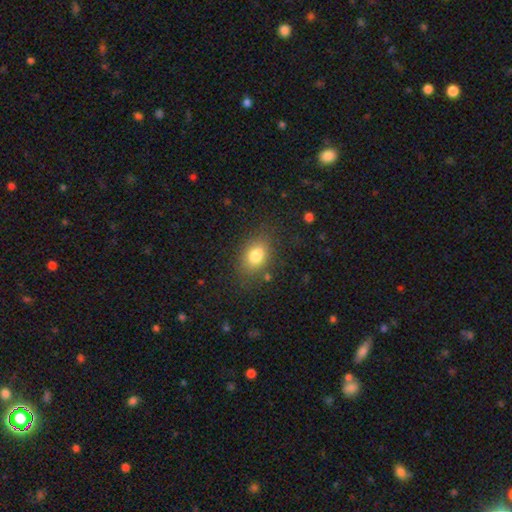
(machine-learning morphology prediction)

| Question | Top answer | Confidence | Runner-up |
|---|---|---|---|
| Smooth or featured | smooth | 80% | featured or disk (10%) |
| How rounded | in between | 72% | round (27%) |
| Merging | none | 77% | minor disturbance (15%) |